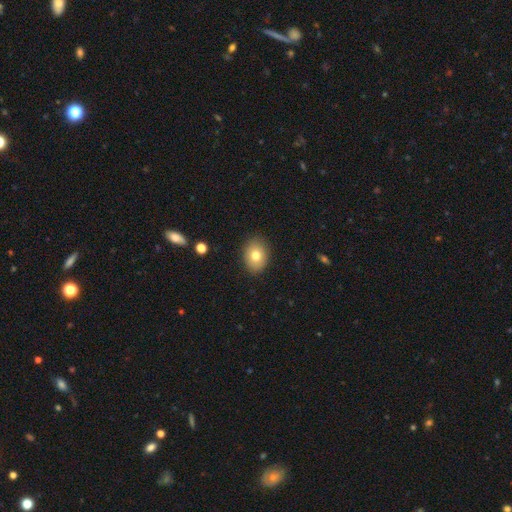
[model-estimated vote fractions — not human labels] Q: Smooth or featured?
A: smooth (77%); runner-up: featured or disk (14%)
Q: How rounded?
A: in between (64%); runner-up: round (35%)
Q: Merging?
A: none (87%); runner-up: minor disturbance (9%)